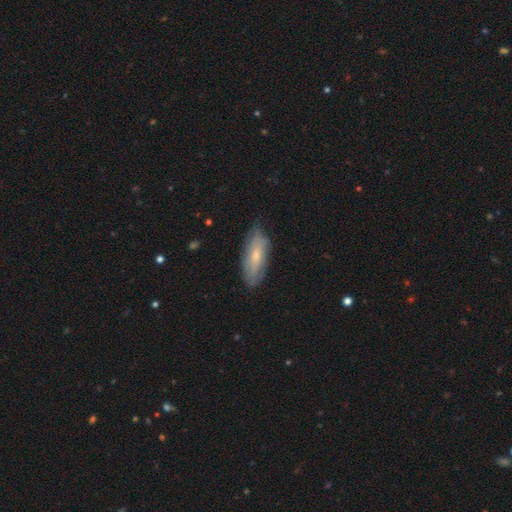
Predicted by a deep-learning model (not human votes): smooth-or-featured: smooth: 53% | featured or disk: 41% | star or artifact: 6%
  how-rounded: in between: 72% | cigar-shaped: 26% | round: 2%
  merging: none: 76% | minor disturbance: 19% | major disturbance: 4% | merger: 1%